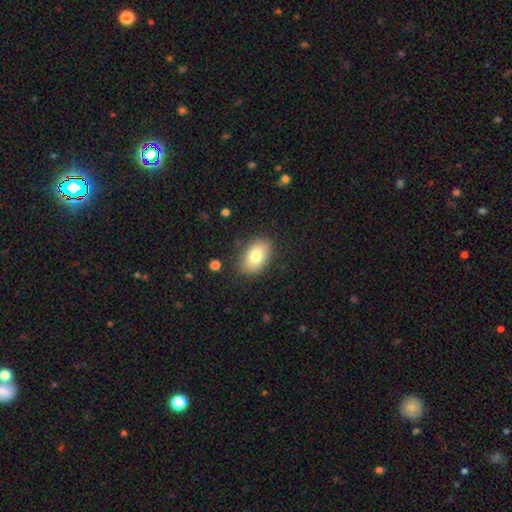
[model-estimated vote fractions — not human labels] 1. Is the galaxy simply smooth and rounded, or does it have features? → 79% smooth, 13% featured or disk, 7% star or artifact.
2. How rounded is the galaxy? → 90% in between, 8% round, 1% cigar-shaped.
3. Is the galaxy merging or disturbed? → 83% none, 12% minor disturbance, 3% major disturbance, 1% merger.